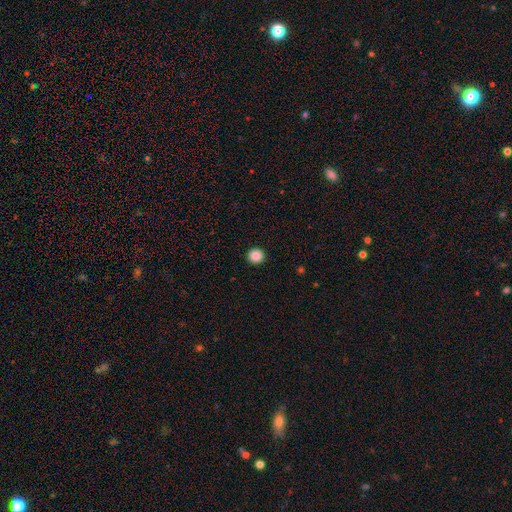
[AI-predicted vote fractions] This appears to be a smooth galaxy with no disk features (88%) that is round (93%). Merging: none (93%).